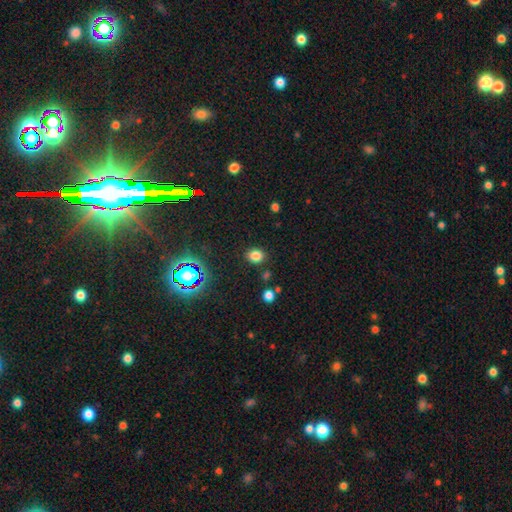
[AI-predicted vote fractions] Morphology: type=smooth (79%); roundness=round (64%); merging=none (85%).